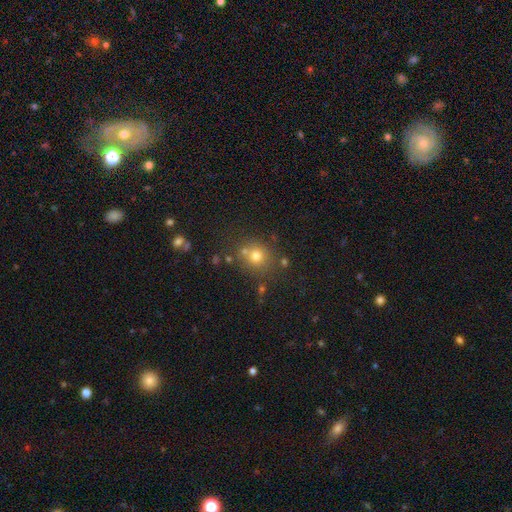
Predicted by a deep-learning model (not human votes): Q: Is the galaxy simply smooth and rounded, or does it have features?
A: smooth — 67%.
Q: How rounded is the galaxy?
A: round — 86%.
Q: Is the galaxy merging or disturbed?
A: none — 72%.